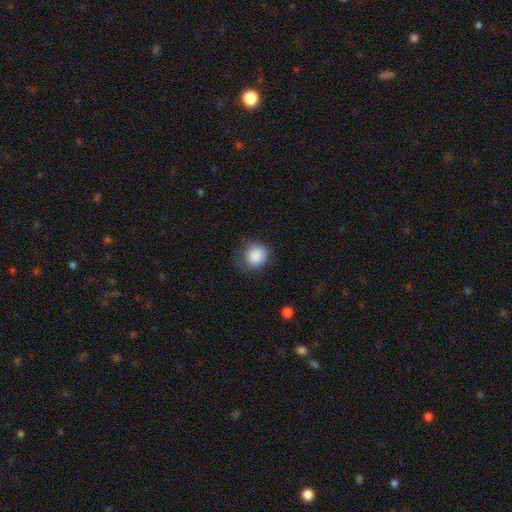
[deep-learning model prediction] Smooth or featured?
  - smooth: 88% *
  - star or artifact: 8%
  - featured or disk: 4%
How rounded?
  - round: 84% *
  - in between: 15%
  - cigar-shaped: 1%
Merging?
  - none: 66% *
  - minor disturbance: 24%
  - major disturbance: 8%
  - merger: 1%